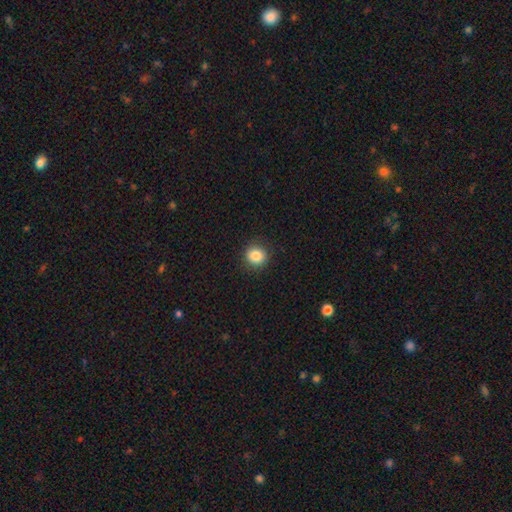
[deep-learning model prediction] Morphology: type=smooth (85%); roundness=round (89%); merging=none (90%).